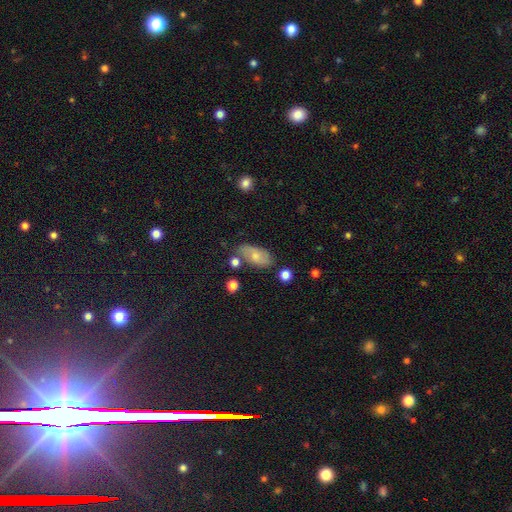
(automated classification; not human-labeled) Smooth or featured? Predicted: smooth (p=0.59). How rounded? Predicted: in between (p=0.89). Merging? Predicted: none (p=0.69).